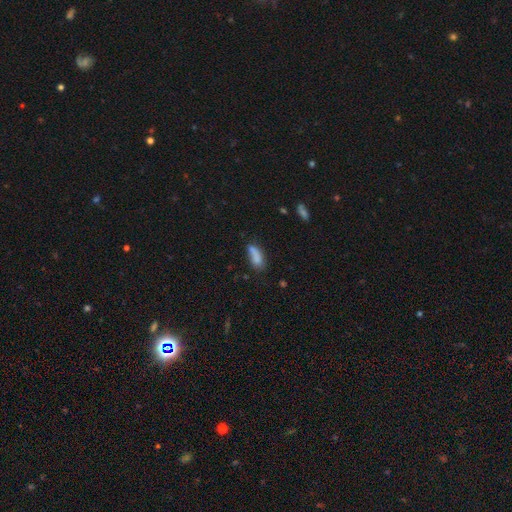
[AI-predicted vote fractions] Smooth or featured: smooth — 78% (featured or disk — 12%)
How rounded: in between — 70% (cigar-shaped — 26%)
Merging: none — 48% (minor disturbance — 25%)